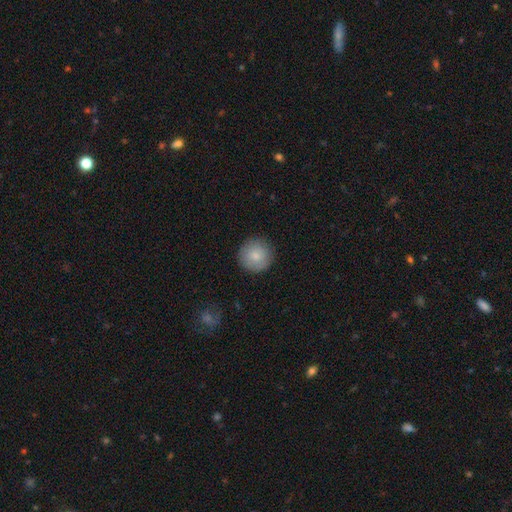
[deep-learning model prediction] Q: Smooth or featured?
A: smooth (83%); runner-up: featured or disk (9%)
Q: How rounded?
A: round (96%); runner-up: in between (3%)
Q: Merging?
A: none (89%); runner-up: minor disturbance (8%)